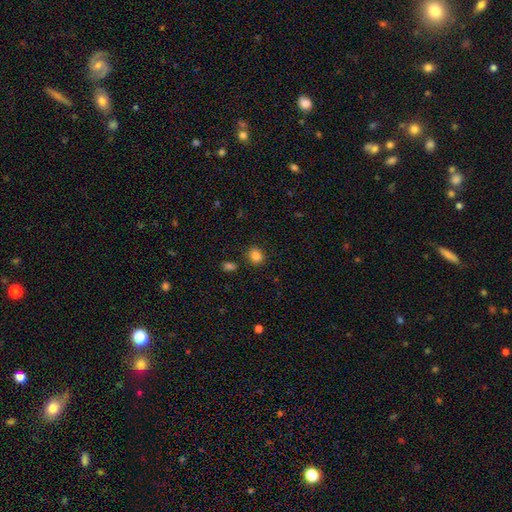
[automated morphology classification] A smooth galaxy with no disk features (85%) that is round (71%).

Vote fractions:
- Smooth or featured? smooth: 85% / star or artifact: 11% / featured or disk: 4%
- How rounded? round: 71% / in between: 28% / cigar-shaped: 1%
- Merging? none: 83% / minor disturbance: 10% / merger: 4% / major disturbance: 3%